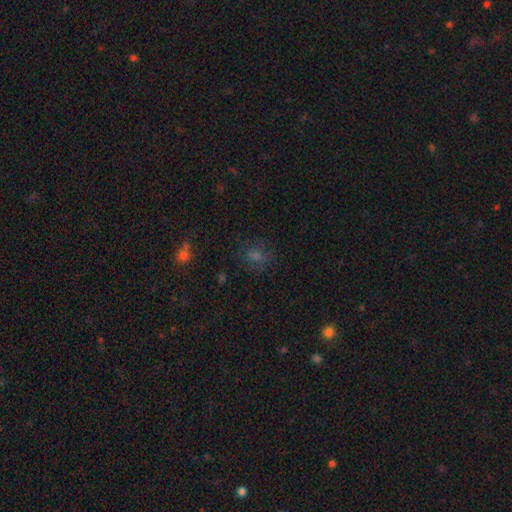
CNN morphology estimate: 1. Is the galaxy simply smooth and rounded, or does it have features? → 55% smooth, 34% star or artifact, 10% featured or disk.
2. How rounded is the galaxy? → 64% round, 34% in between, 2% cigar-shaped.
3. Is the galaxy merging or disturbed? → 80% none, 13% minor disturbance, 5% major disturbance, 2% merger.